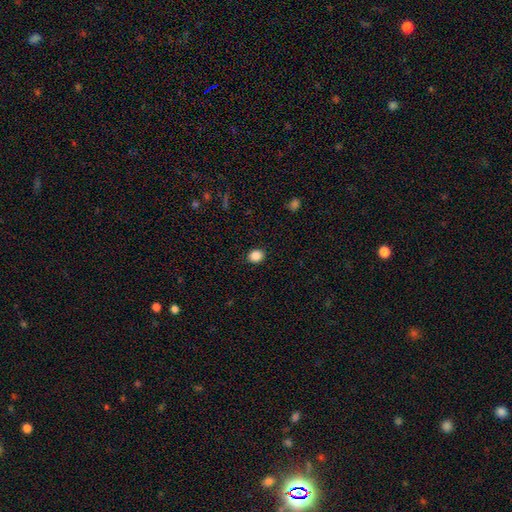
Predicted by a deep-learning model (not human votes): smooth-or-featured: smooth: 87% | star or artifact: 10% | featured or disk: 3%
  how-rounded: round: 63% | in between: 36% | cigar-shaped: 1%
  merging: none: 90% | minor disturbance: 7% | major disturbance: 2% | merger: 1%